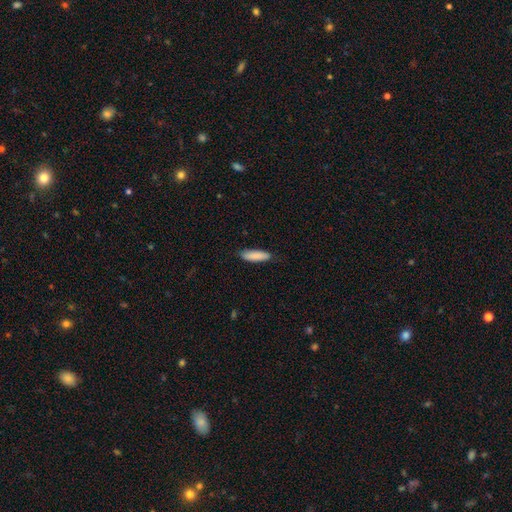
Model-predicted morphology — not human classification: Smooth or featured? smooth (88%)
How rounded? cigar-shaped (57%)
Merging? none (84%)